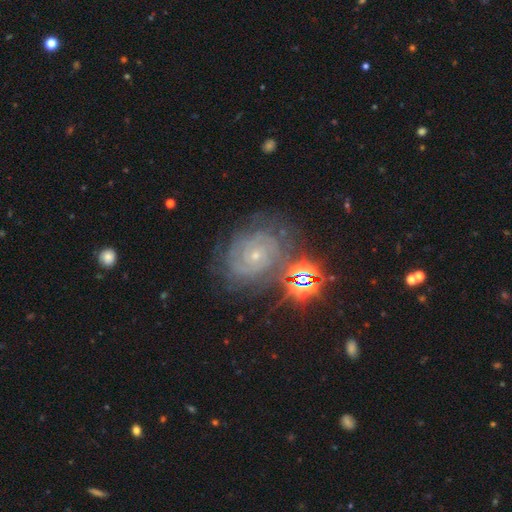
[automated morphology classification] A featured or disk galaxy (73%) with no bar (76%), tight (78%) spiral arms (94%) and a small central bulge (80%). Merging: none (73%).